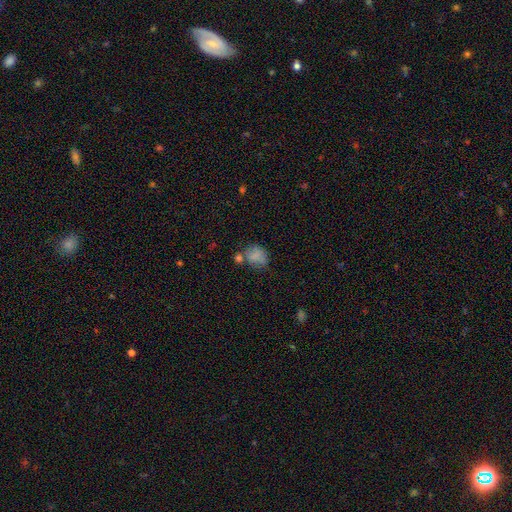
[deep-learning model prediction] Smooth or featured?
  - smooth: 78% *
  - star or artifact: 11%
  - featured or disk: 11%
How rounded?
  - round: 51% *
  - in between: 48%
  - cigar-shaped: 1%
Merging?
  - none: 48% *
  - minor disturbance: 22%
  - merger: 20%
  - major disturbance: 10%